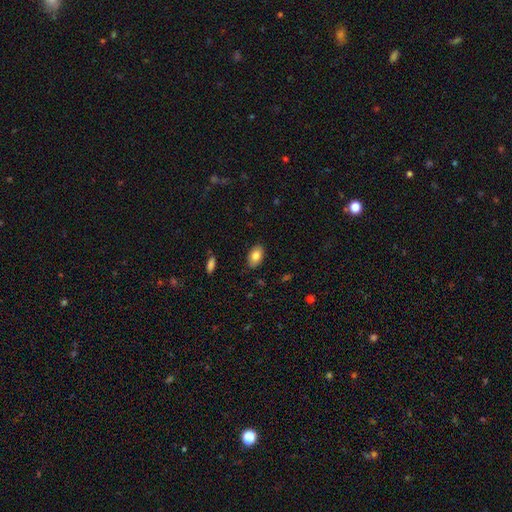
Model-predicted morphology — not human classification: This appears to be a smooth galaxy with no disk features (82%) that is in between round and cigar-shaped (92%). Merging: none (86%).